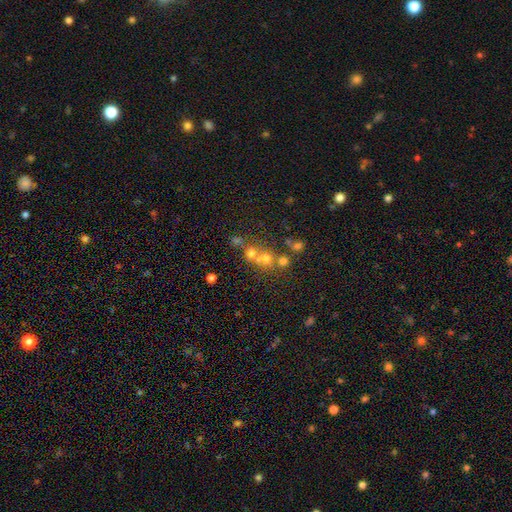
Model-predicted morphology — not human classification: smooth 45%, star or artifact 30%, featured or disk 25%. Down the decision tree: merging — merger (47%).